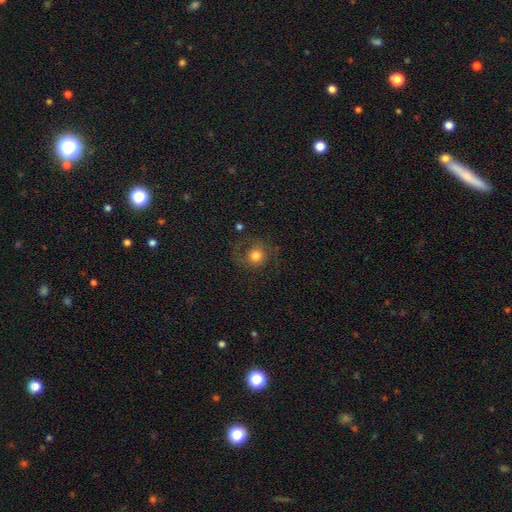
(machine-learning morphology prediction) smooth-or-featured: smooth: 70% | featured or disk: 18% | star or artifact: 12%
  how-rounded: round: 89% | in between: 10% | cigar-shaped: 1%
  merging: none: 64% | minor disturbance: 17% | major disturbance: 17% | merger: 2%